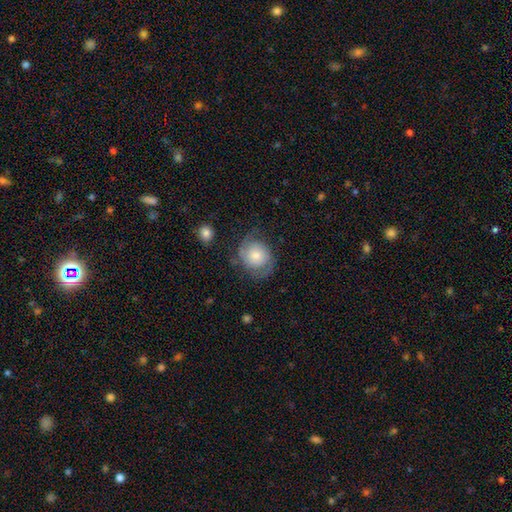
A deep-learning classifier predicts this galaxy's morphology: This appears to be a featured or disk galaxy (56%) with no bar (79%), spiral arms (86%) and a moderate central bulge (45%). Merging: none (62%).